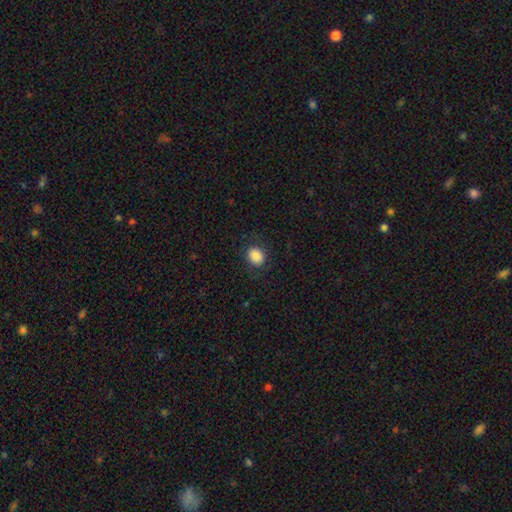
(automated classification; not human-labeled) smooth-or-featured: smooth: 87% | star or artifact: 8% | featured or disk: 5%
  how-rounded: round: 60% | in between: 39% | cigar-shaped: 1%
  merging: none: 84% | minor disturbance: 10% | major disturbance: 5% | merger: 1%